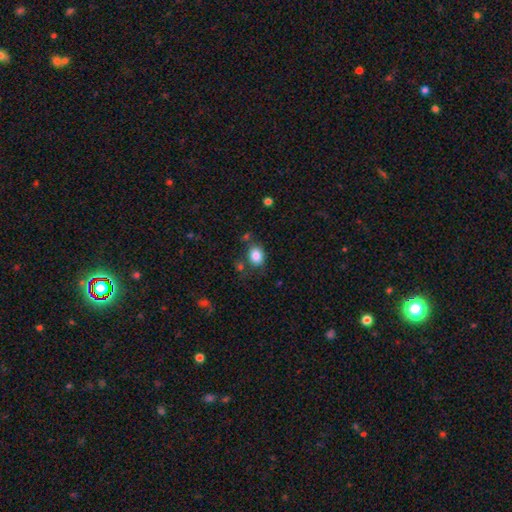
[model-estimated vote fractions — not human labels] A smooth galaxy with no disk features (84%) that is in between round and cigar-shaped (59%). Merging: none (71%).